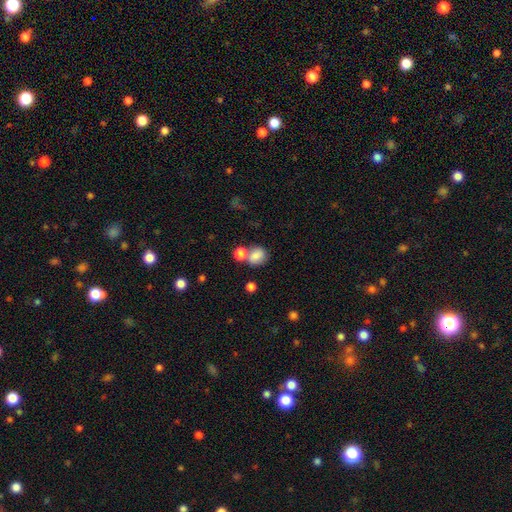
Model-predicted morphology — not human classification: Smooth or featured?
  - smooth: 78% *
  - featured or disk: 11%
  - star or artifact: 10%
How rounded?
  - round: 65% *
  - in between: 34%
  - cigar-shaped: 1%
Merging?
  - none: 49% *
  - merger: 33%
  - minor disturbance: 12%
  - major disturbance: 5%